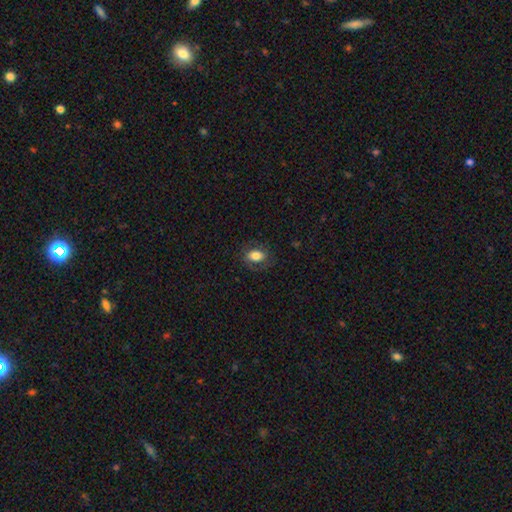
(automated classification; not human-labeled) smooth_or_featured: smooth (p=0.73) [alt: featured or disk p=0.18]
how_rounded: in between (p=0.77) [alt: round p=0.22]
merging: none (p=0.76) [alt: minor disturbance p=0.15]